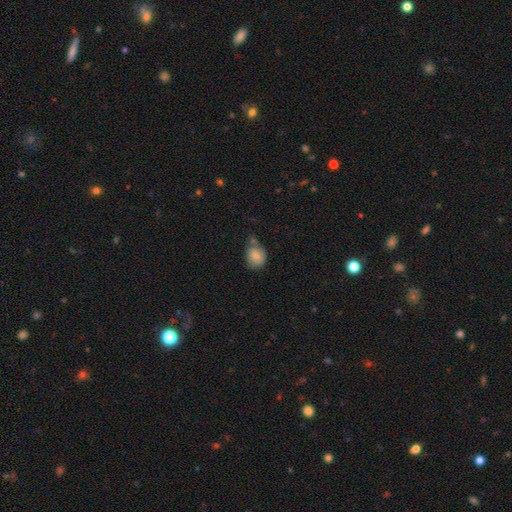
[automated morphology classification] Smooth or featured?
  - smooth: 77% *
  - featured or disk: 14%
  - star or artifact: 9%
How rounded?
  - round: 52% *
  - in between: 47%
  - cigar-shaped: 1%
Merging?
  - none: 49% *
  - minor disturbance: 28%
  - merger: 15%
  - major disturbance: 8%